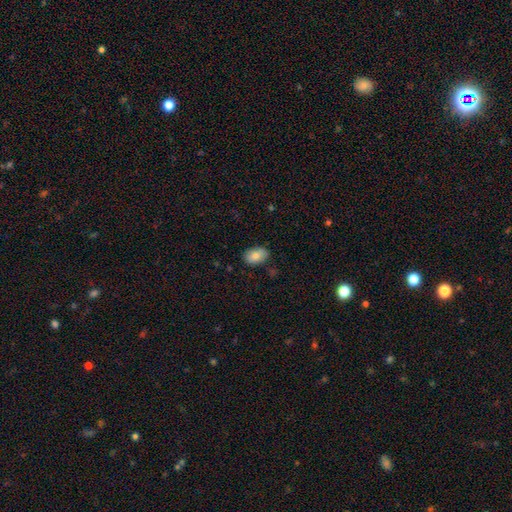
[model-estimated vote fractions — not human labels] smooth 82%, featured or disk 11%, star or artifact 7%. Down the decision tree: how rounded — in between (89%); merging — none (83%).